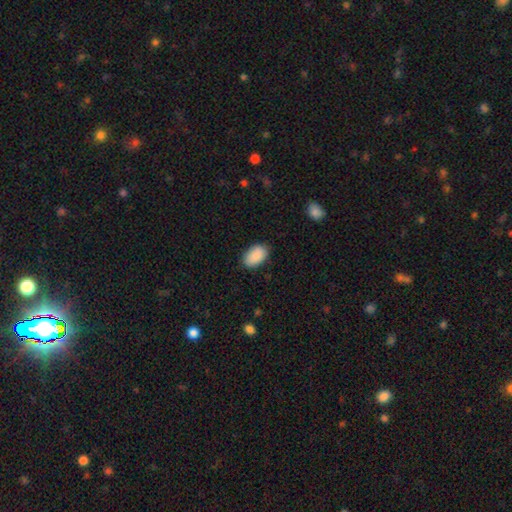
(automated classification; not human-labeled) A smooth galaxy with no disk features (90%) that is in between round and cigar-shaped (93%).

Vote fractions:
- Smooth or featured? smooth: 90% / star or artifact: 6% / featured or disk: 4%
- How rounded? in between: 93% / round: 6% / cigar-shaped: 1%
- Merging? none: 84% / minor disturbance: 12% / major disturbance: 2% / merger: 1%